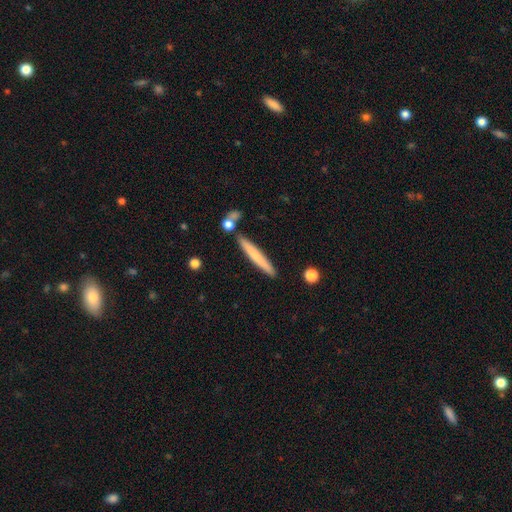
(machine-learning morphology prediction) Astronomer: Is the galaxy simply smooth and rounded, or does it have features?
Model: smooth — 66%.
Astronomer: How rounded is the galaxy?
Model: cigar-shaped — 96%.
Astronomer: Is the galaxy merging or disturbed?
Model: none — 85%.